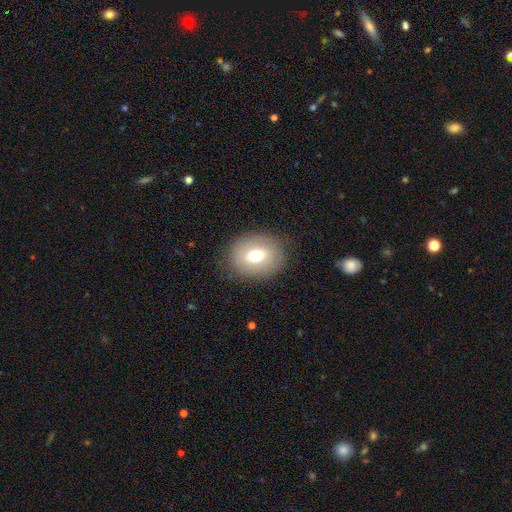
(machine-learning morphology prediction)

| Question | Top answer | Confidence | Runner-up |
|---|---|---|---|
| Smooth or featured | smooth | 65% | featured or disk (26%) |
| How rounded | in between | 53% | round (46%) |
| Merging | none | 84% | minor disturbance (11%) |